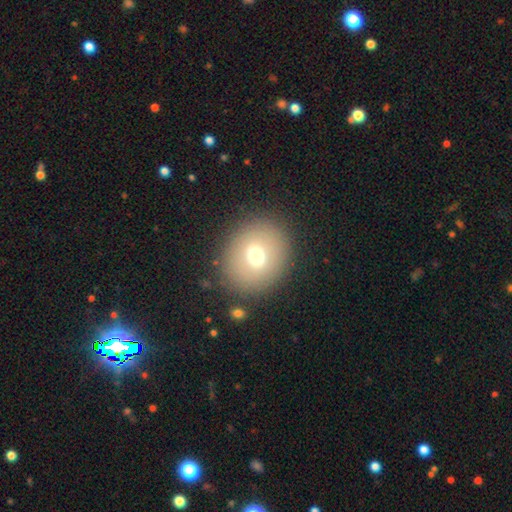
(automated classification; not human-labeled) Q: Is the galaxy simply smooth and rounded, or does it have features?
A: smooth — 65%.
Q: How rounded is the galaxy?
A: round — 66%.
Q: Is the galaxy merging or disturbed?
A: none — 85%.